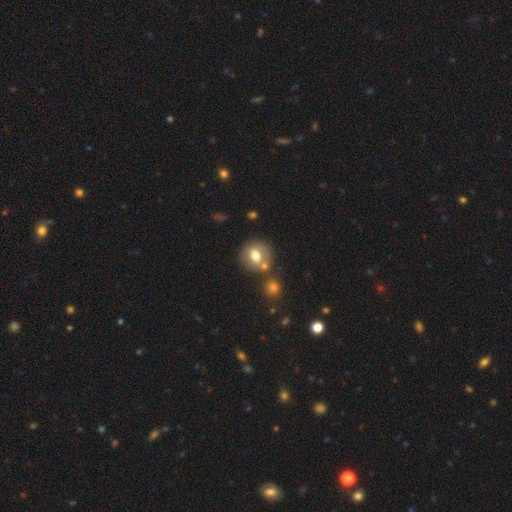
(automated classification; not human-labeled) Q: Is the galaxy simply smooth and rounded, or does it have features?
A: smooth — 69%.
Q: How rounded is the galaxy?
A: round — 84%.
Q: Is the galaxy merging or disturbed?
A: none — 63%.